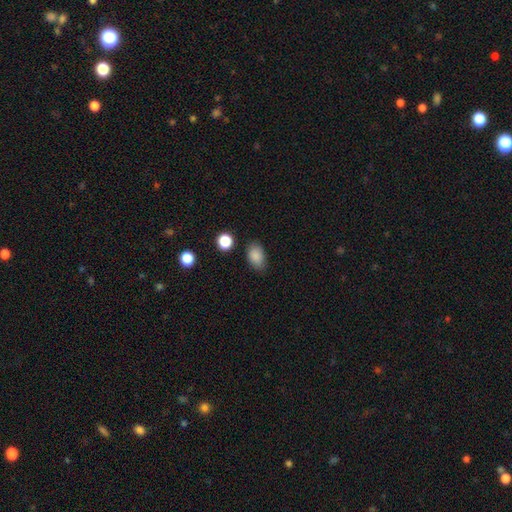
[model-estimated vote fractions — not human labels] Smooth or featured: smooth — 87% (star or artifact — 9%)
How rounded: in between — 87% (round — 12%)
Merging: none — 80% (minor disturbance — 14%)